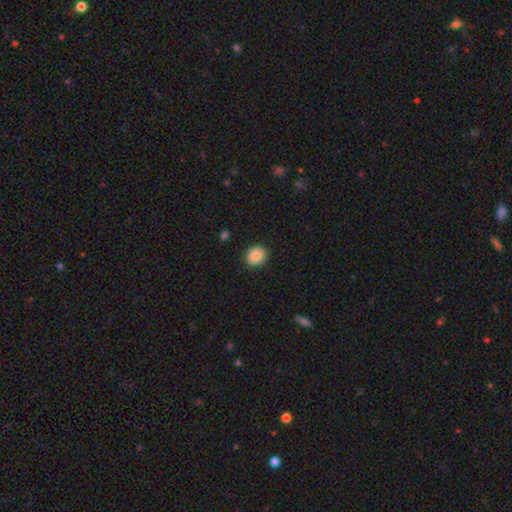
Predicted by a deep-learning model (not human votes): Q: Smooth or featured?
A: smooth (87%); runner-up: star or artifact (8%)
Q: How rounded?
A: round (71%); runner-up: in between (28%)
Q: Merging?
A: none (89%); runner-up: minor disturbance (8%)